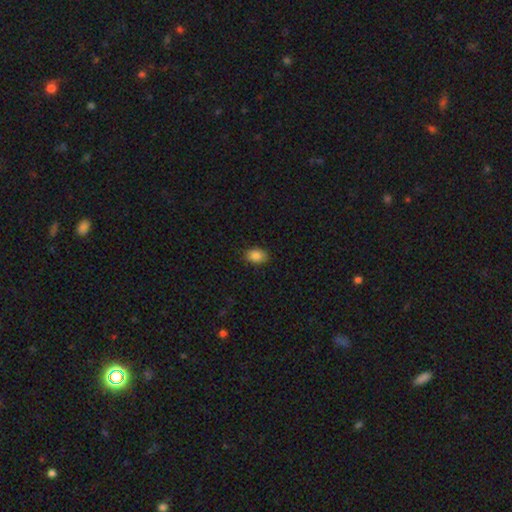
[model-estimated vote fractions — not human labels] Smooth or featured? Predicted: smooth (p=0.86). How rounded? Predicted: in between (p=0.80). Merging? Predicted: none (p=0.87).